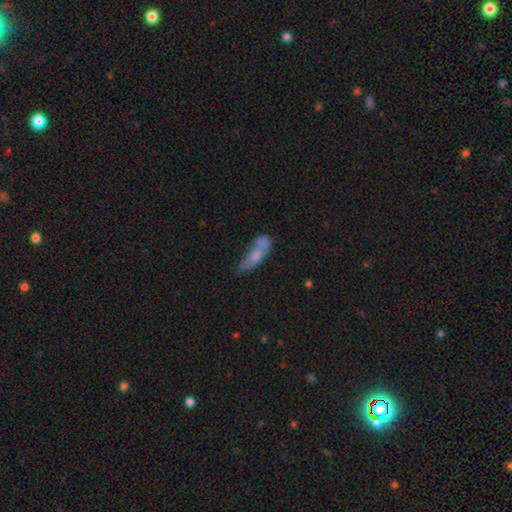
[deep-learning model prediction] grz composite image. It shows a smooth galaxy with no disk features (60%) that is in between round and cigar-shaped (54%). Merging: merger (32%).